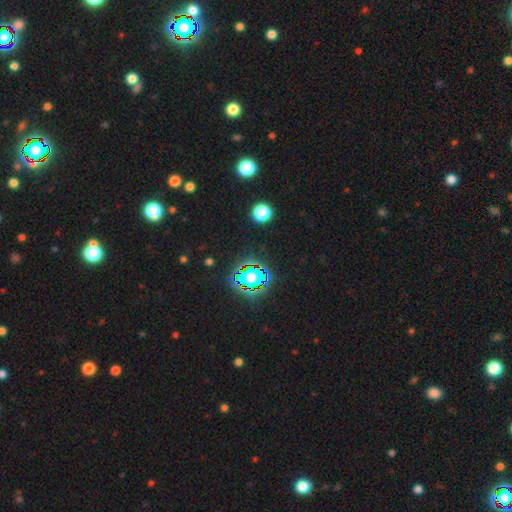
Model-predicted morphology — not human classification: This is likely a star or artifact rather than a galaxy (80%).